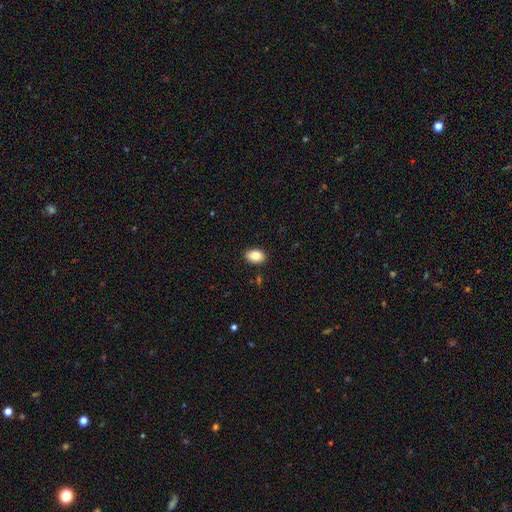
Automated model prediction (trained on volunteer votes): This is clearly a smooth galaxy (86%). How rounded: clearly in between (86%). Merging: clearly none (88%).